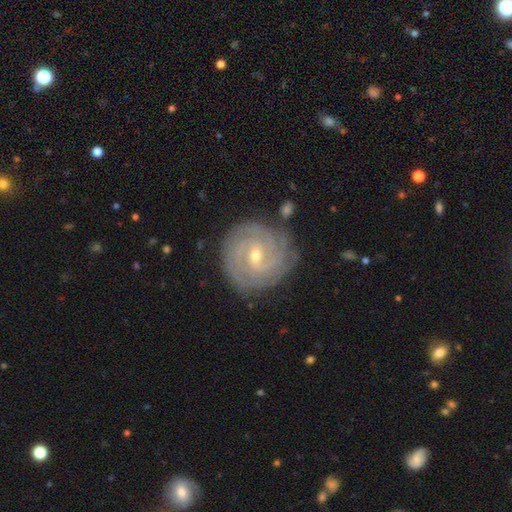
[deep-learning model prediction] Smooth or featured? Predicted: featured or disk (p=0.88). Edge-on disk? Predicted: no (p=0.98). Bar? Predicted: weak (p=0.52). Spiral arms? Predicted: yes (p=0.98). Spiral winding? Predicted: tight (p=0.83). Spiral arm count? Predicted: 3 (p=0.27). Bulge size? Predicted: small (p=0.62). Merging? Predicted: none (p=0.83).